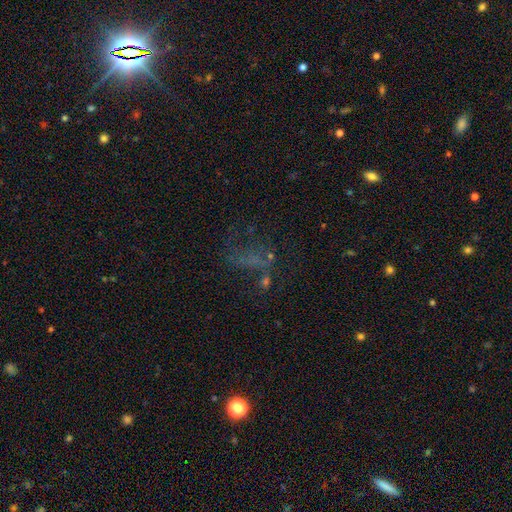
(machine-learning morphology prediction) Q: Smooth or featured?
A: star or artifact (38%); runner-up: smooth (32%)